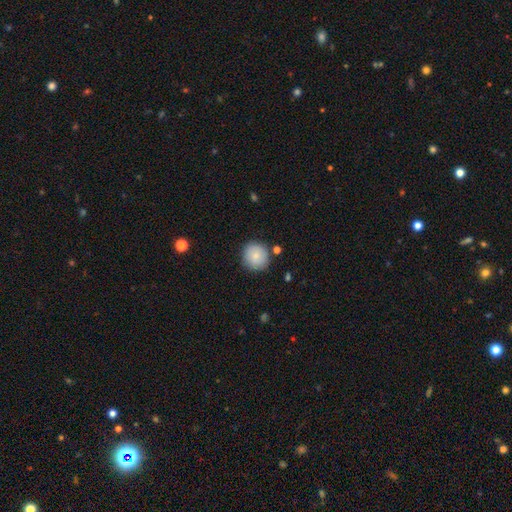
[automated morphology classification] smooth-or-featured: smooth: 83% | featured or disk: 9% | star or artifact: 8%
  how-rounded: round: 92% | in between: 7% | cigar-shaped: 1%
  merging: none: 84% | minor disturbance: 10% | merger: 3% | major disturbance: 3%